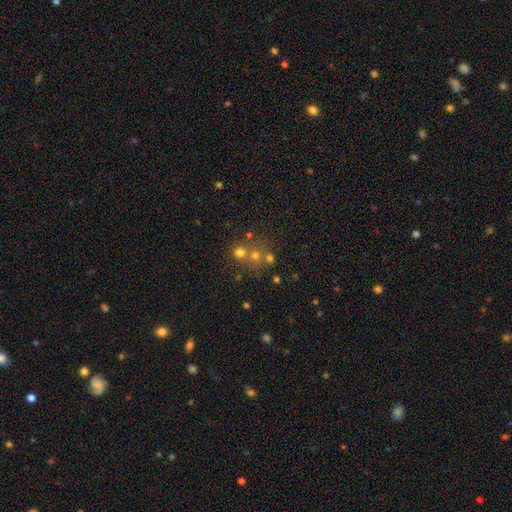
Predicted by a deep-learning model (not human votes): Smooth or featured? Predicted: smooth (p=0.59). How rounded? Predicted: round (p=0.87). Merging? Predicted: none (p=0.54).